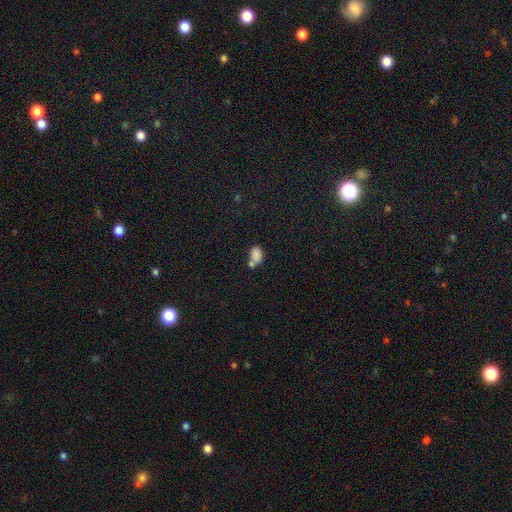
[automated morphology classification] This is clearly a smooth galaxy (81%). How rounded: likely in between (79%). Merging: possibly merger (47%).